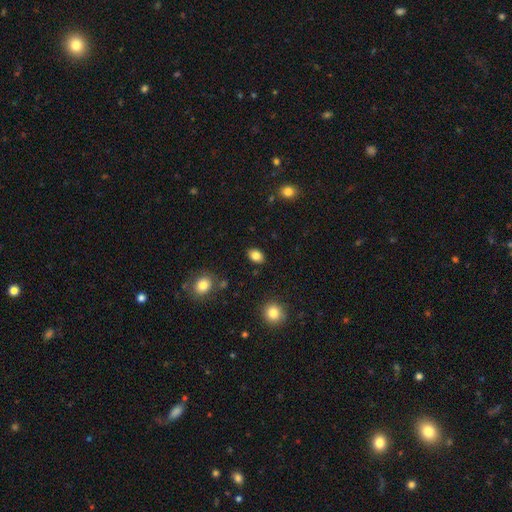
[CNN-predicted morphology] The model was most divided on "how rounded": in between: 77%, round: 21%, cigar-shaped: 1%. More confident: merging — none (87%); smooth or featured — smooth (84%).